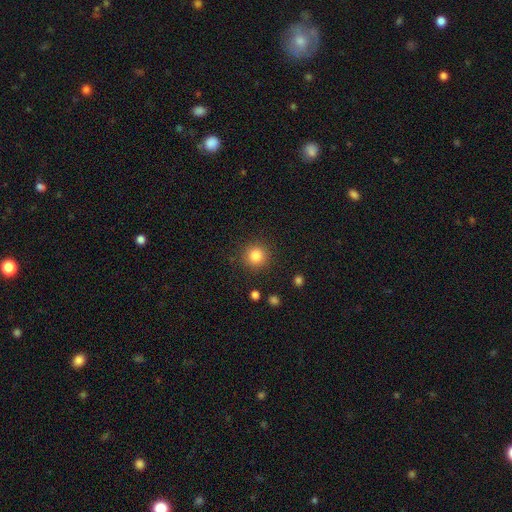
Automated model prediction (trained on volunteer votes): Smooth or featured? smooth (83%)
How rounded? round (95%)
Merging? none (90%)